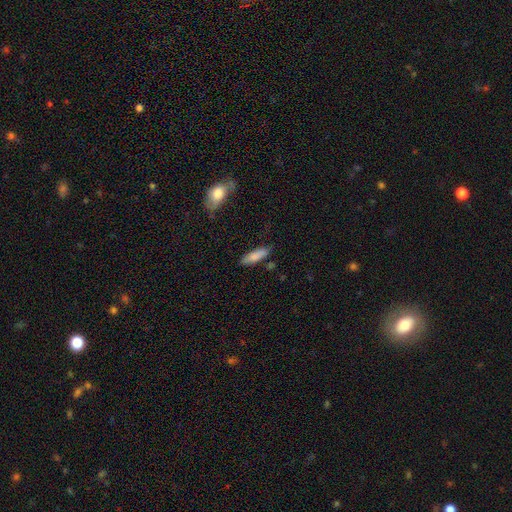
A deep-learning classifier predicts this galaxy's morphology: smooth-or-featured: smooth: 82% | featured or disk: 12% | star or artifact: 6%
  how-rounded: cigar-shaped: 60% | in between: 39% | round: 2%
  merging: none: 81% | minor disturbance: 13% | merger: 3% | major disturbance: 3%